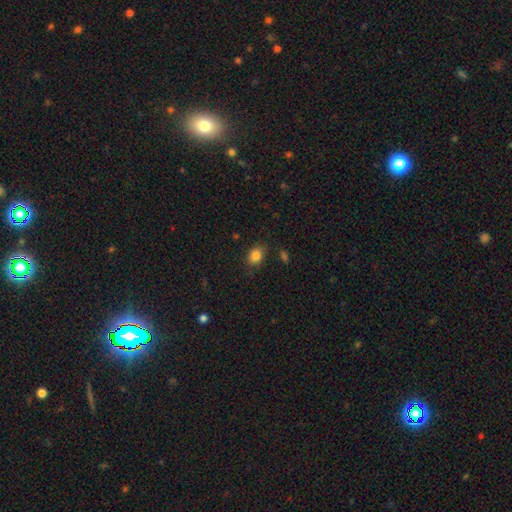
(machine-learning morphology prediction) type=smooth (84%); roundness=in between (54%); merging=none (79%).